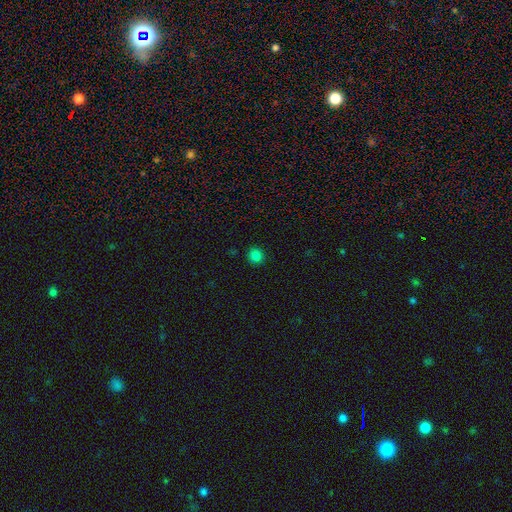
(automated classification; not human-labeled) This appears to be a smooth galaxy with no disk features (82%) that is round (90%). Merging: none (92%).